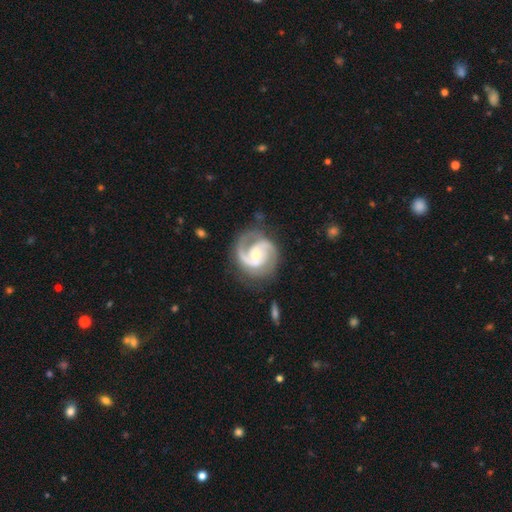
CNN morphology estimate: Smooth or featured: featured or disk — 92% (smooth — 4%)
Edge-on disk: no — 98% (yes — 2%)
Bar: no — 53% (weak — 36%)
Spiral arms: yes — 98% (no — 2%)
Spiral winding: medium — 54% (tight — 35%)
Spiral arm count: 2 — 84% (3 — 6%)
Bulge size: small — 53% (moderate — 41%)
Merging: none — 72% (minor disturbance — 17%)